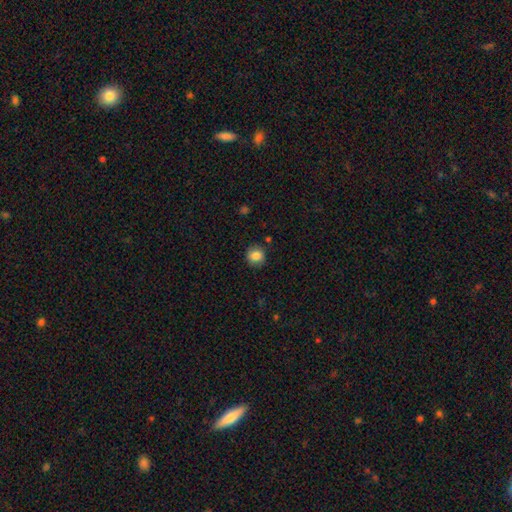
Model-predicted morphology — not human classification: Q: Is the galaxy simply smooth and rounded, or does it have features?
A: smooth — 85%.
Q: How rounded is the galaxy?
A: round — 89%.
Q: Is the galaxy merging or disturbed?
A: none — 87%.